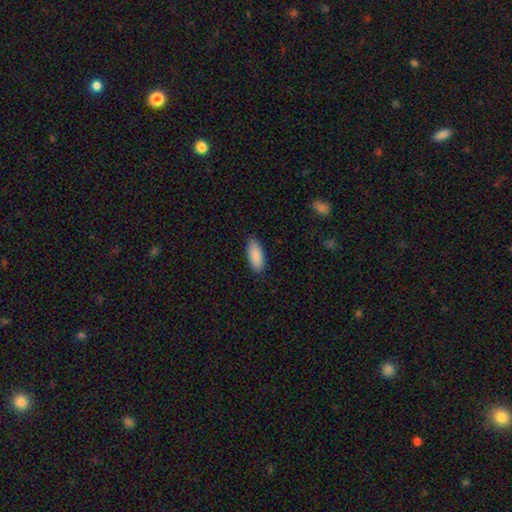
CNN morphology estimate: This appears to be a smooth galaxy with no disk features (90%) that is in between round and cigar-shaped (82%). Merging: none (87%).